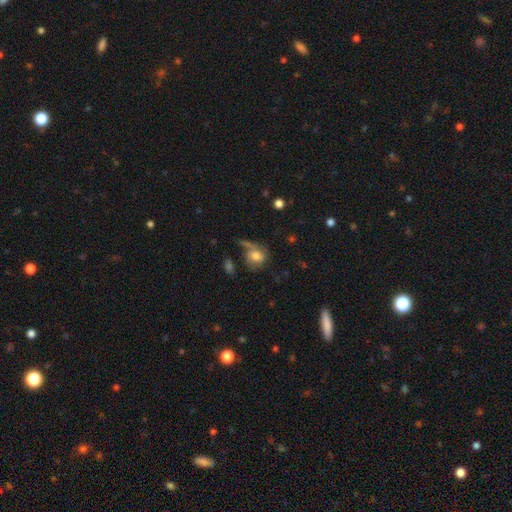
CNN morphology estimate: Smooth or featured: smooth — 68% (featured or disk — 22%)
How rounded: round — 57% (in between — 41%)
Merging: none — 40% (major disturbance — 23%)